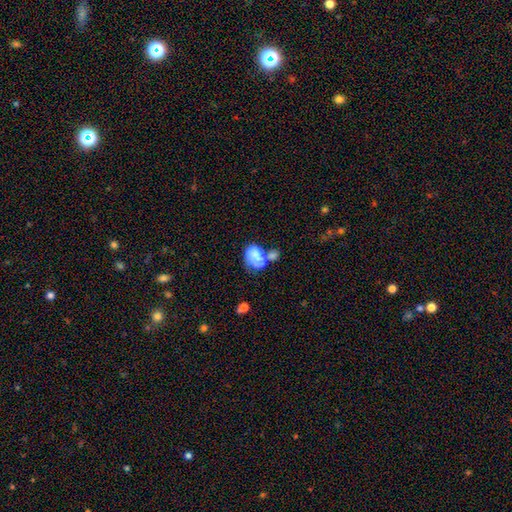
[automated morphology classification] The model was most divided on "merging": merger: 46%, none: 24%, minor disturbance: 18%, major disturbance: 12%. More confident: how rounded — in between (78%); smooth or featured — smooth (68%).